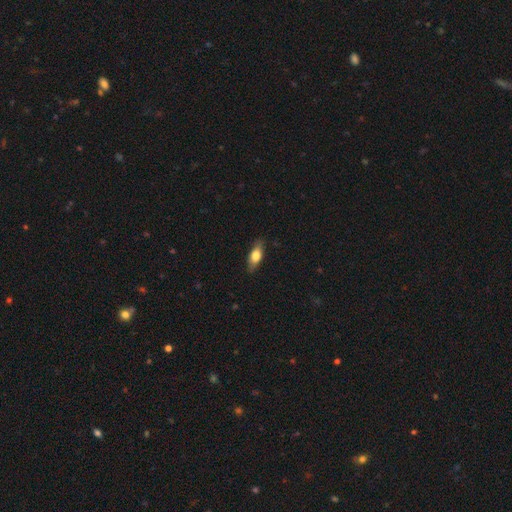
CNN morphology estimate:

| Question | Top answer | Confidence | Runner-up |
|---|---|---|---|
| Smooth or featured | smooth | 71% | featured or disk (22%) |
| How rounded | in between | 76% | cigar-shaped (20%) |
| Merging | none | 85% | minor disturbance (12%) |